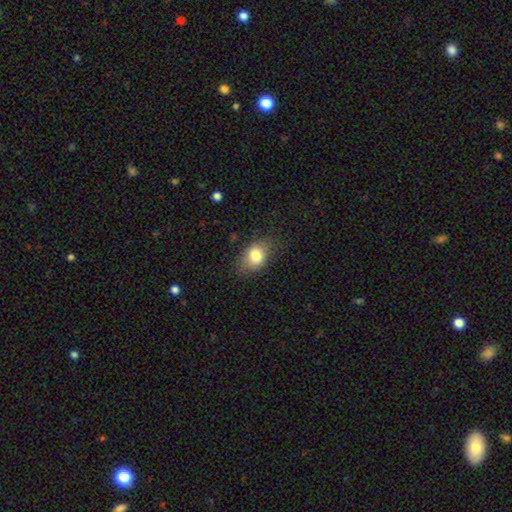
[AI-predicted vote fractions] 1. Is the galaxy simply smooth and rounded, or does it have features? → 79% smooth, 12% featured or disk, 9% star or artifact.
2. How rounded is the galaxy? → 78% in between, 21% round, 1% cigar-shaped.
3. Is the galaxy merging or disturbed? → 73% none, 19% minor disturbance, 6% major disturbance, 1% merger.